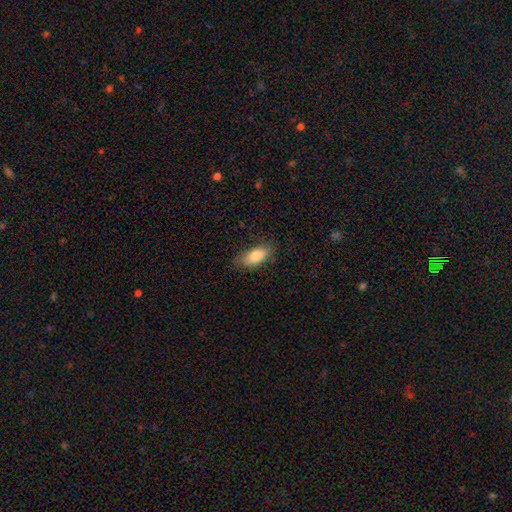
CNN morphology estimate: Q: Smooth or featured?
A: smooth (83%); runner-up: featured or disk (11%)
Q: How rounded?
A: in between (88%); runner-up: cigar-shaped (8%)
Q: Merging?
A: none (79%); runner-up: minor disturbance (16%)